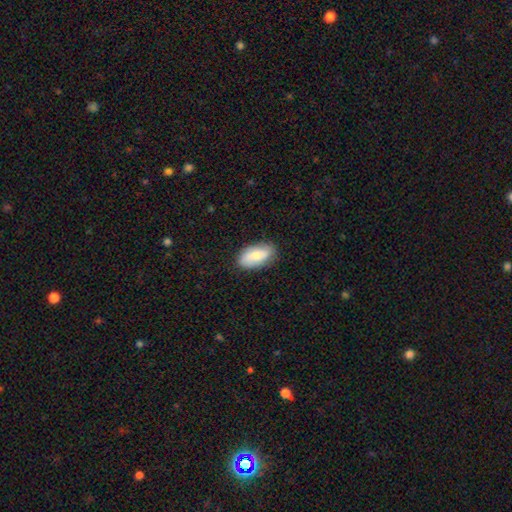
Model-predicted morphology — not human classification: The model was most divided on "smooth or featured": smooth: 71%, featured or disk: 23%, star or artifact: 6%. More confident: how rounded — in between (93%); merging — none (82%).